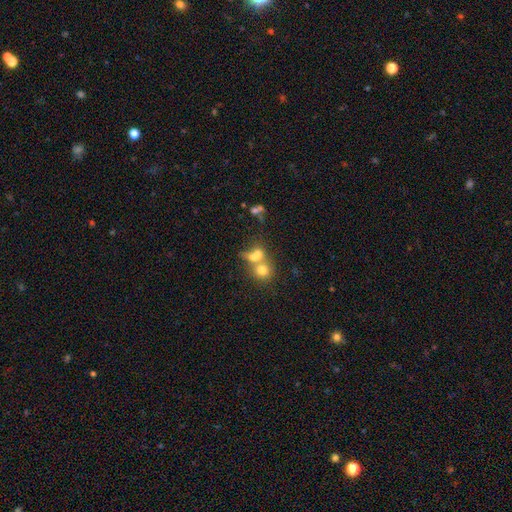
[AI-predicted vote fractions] Overall: smooth (66%). How rounded: round (71%). Merging: merger (61%; none 28%).